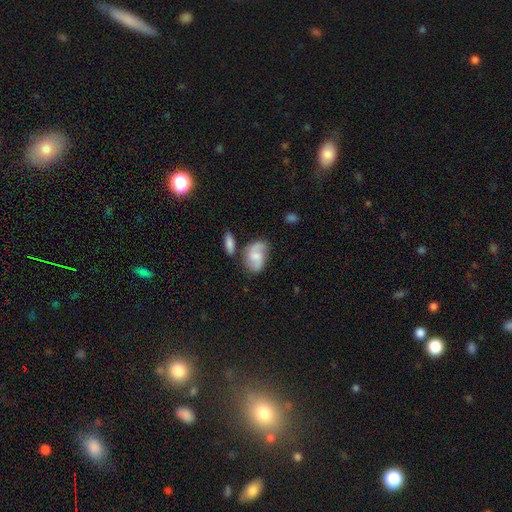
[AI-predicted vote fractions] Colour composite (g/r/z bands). It shows a featured or disk galaxy (50%). Merging: none (54%).